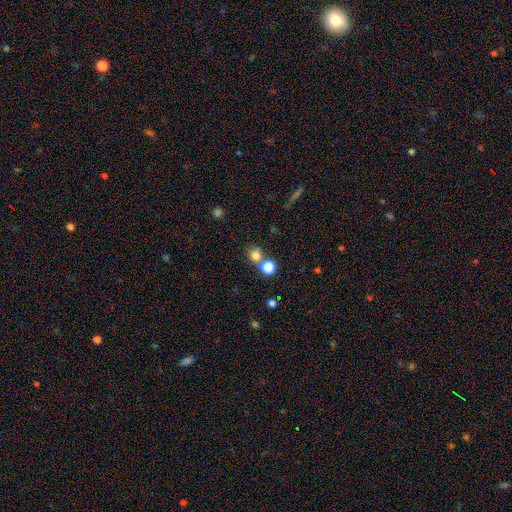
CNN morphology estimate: The model was most divided on "merging": none: 54%, merger: 34%, minor disturbance: 8%, major disturbance: 4%. More confident: how rounded — round (82%); smooth or featured — smooth (77%).